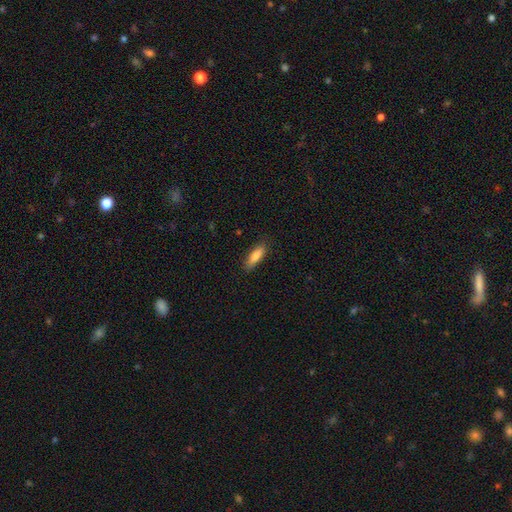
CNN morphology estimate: Smooth or featured: smooth — 84% (featured or disk — 10%)
How rounded: in between — 55% (cigar-shaped — 43%)
Merging: none — 84% (minor disturbance — 13%)